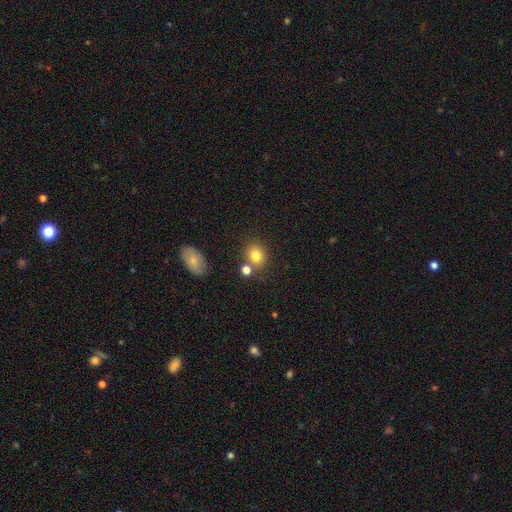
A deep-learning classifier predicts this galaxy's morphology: Q: Smooth or featured?
A: smooth (79%); runner-up: star or artifact (12%)
Q: How rounded?
A: round (65%); runner-up: in between (34%)
Q: Merging?
A: none (66%); runner-up: merger (19%)